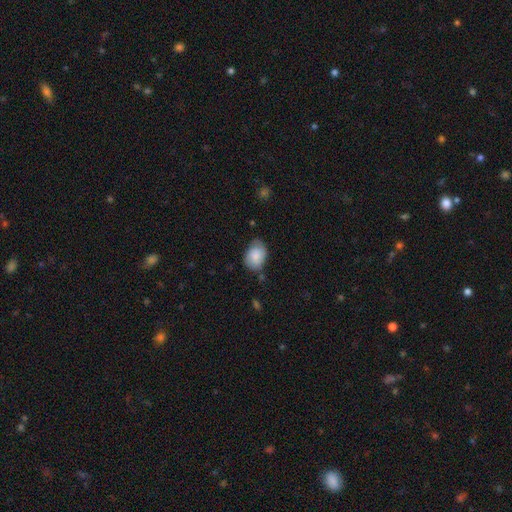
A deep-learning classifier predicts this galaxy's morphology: smooth_or_featured: smooth (p=0.77) [alt: featured or disk p=0.15]
how_rounded: in between (p=0.72) [alt: round p=0.27]
merging: none (p=0.58) [alt: minor disturbance p=0.31]